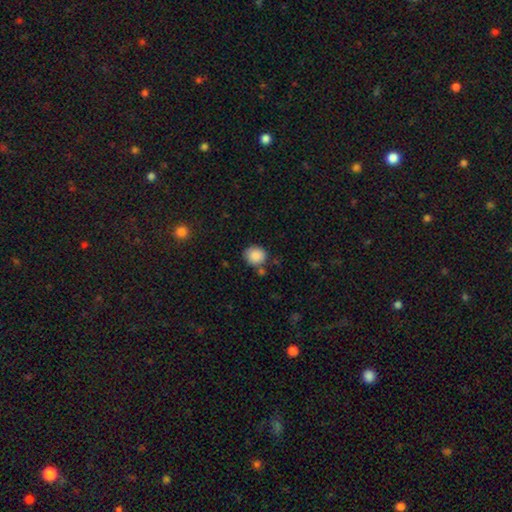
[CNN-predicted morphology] Smooth or featured? Predicted: smooth (p=0.88). How rounded? Predicted: round (p=0.77). Merging? Predicted: none (p=0.73).